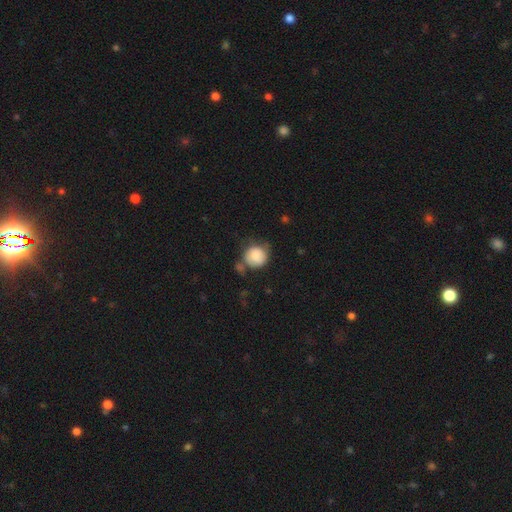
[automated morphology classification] Smooth or featured: smooth — 80% (featured or disk — 13%)
How rounded: round — 87% (in between — 12%)
Merging: none — 49% (minor disturbance — 28%)